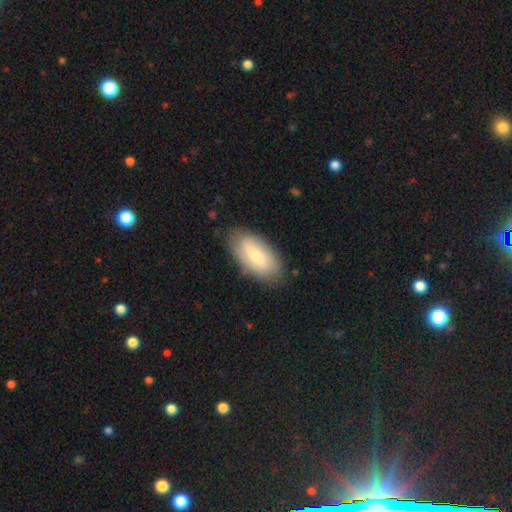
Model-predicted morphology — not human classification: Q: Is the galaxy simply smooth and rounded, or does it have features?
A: smooth — 66%.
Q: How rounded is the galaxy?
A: in between — 92%.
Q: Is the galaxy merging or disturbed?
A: none — 81%.